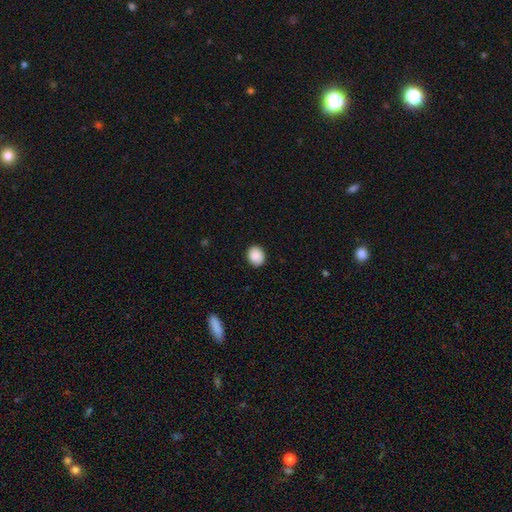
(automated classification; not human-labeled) A smooth galaxy with no disk features (89%) that is round (61%).

Vote fractions:
- Smooth or featured? smooth: 89% / star or artifact: 8% / featured or disk: 3%
- How rounded? round: 61% / in between: 38% / cigar-shaped: 1%
- Merging? none: 89% / minor disturbance: 8% / major disturbance: 2% / merger: 1%